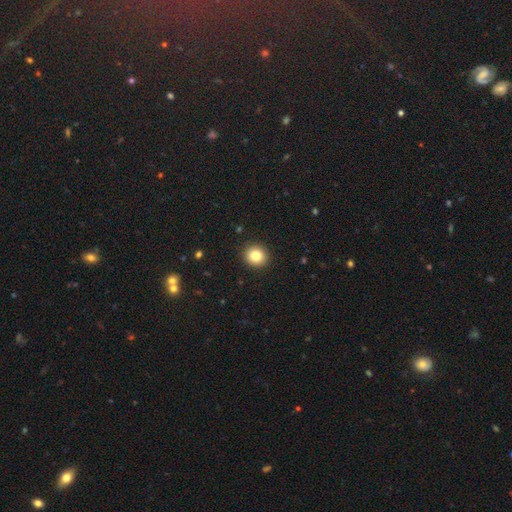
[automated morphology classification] smooth 83%, star or artifact 10%, featured or disk 7%. Down the decision tree: how rounded — round (87%); merging — none (92%).